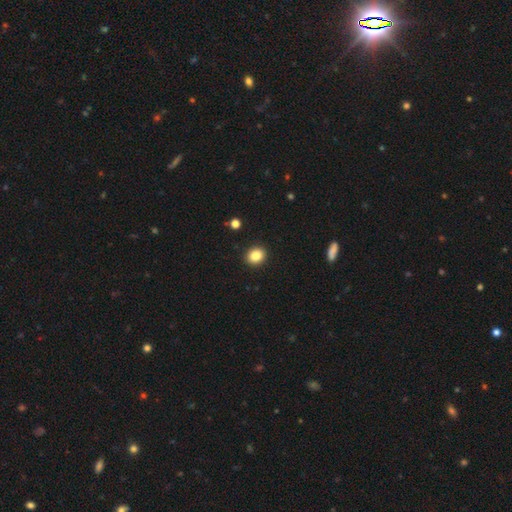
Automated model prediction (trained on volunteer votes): A smooth galaxy with no disk features (85%) that is round (63%). Merging: none (92%).